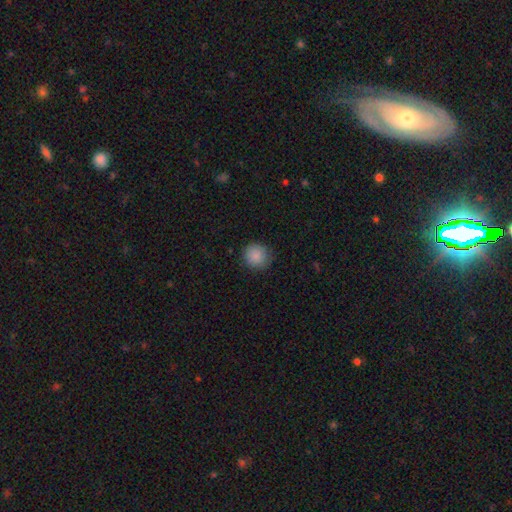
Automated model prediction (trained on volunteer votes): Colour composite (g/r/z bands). It shows a smooth galaxy with no disk features (87%) that is round (93%). Merging: none (83%).